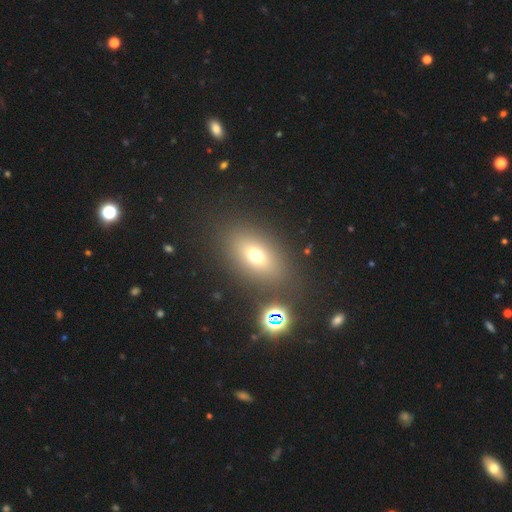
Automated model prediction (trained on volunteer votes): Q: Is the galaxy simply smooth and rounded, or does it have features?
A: smooth — 66%.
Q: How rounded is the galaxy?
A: in between — 75%.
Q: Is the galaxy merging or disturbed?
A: none — 81%.